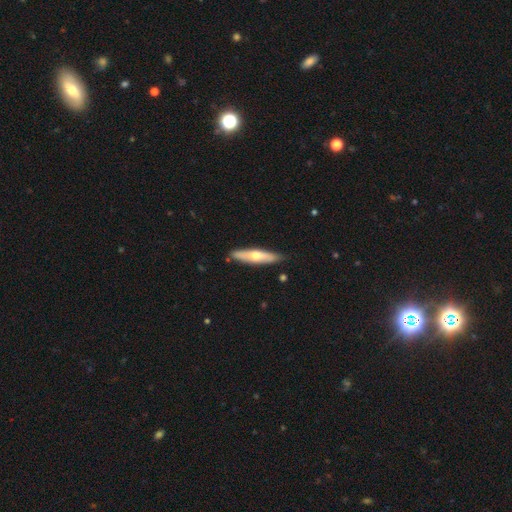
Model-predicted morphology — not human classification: A smooth galaxy with no disk features (50%).

Vote fractions:
- Smooth or featured? smooth: 50% / featured or disk: 45% / star or artifact: 5%
- Merging? none: 84% / minor disturbance: 12% / major disturbance: 2% / merger: 2%